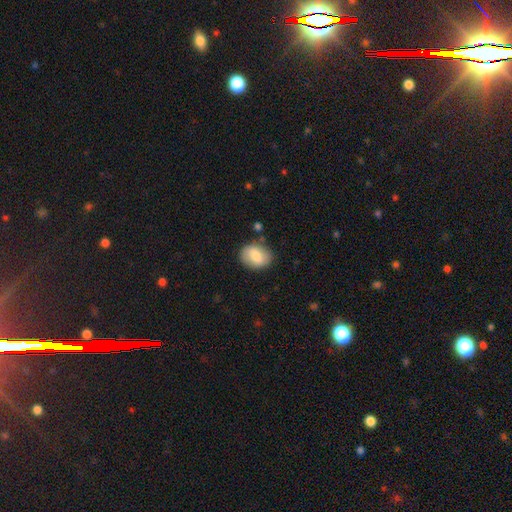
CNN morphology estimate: smooth 77%, featured or disk 16%, star or artifact 7%. Down the decision tree: how rounded — in between (60%); merging — none (79%).